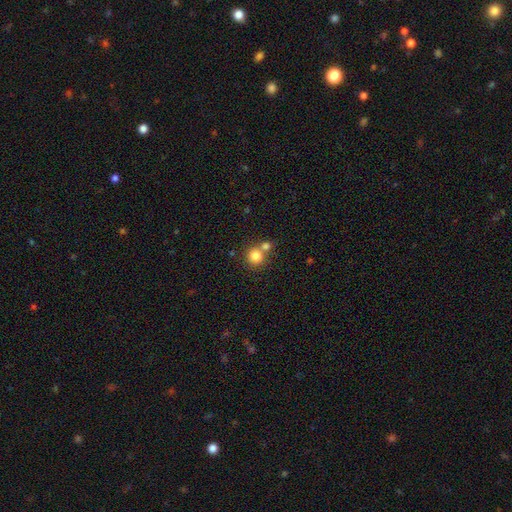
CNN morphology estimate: A smooth galaxy with no disk features (81%) that is round (91%).

Vote fractions:
- Smooth or featured? smooth: 81% / star or artifact: 11% / featured or disk: 7%
- How rounded? round: 91% / in between: 8% / cigar-shaped: 1%
- Merging? none: 54% / merger: 36% / minor disturbance: 7% / major disturbance: 3%